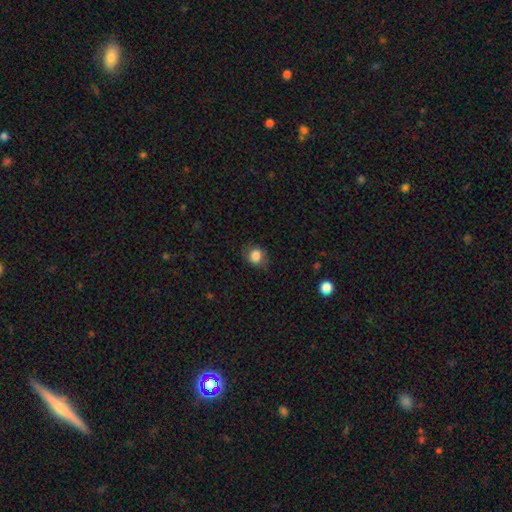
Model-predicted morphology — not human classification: smooth-or-featured: smooth: 84% | star or artifact: 9% | featured or disk: 7%
  how-rounded: round: 70% | in between: 29% | cigar-shaped: 1%
  merging: none: 74% | minor disturbance: 19% | major disturbance: 6% | merger: 1%